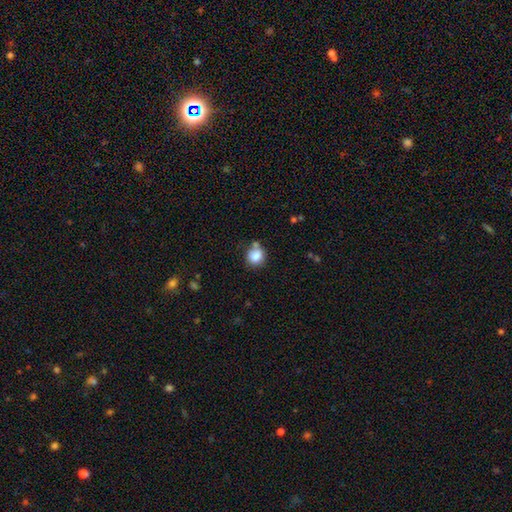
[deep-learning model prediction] Smooth or featured? Predicted: smooth (p=0.84). How rounded? Predicted: round (p=0.77). Merging? Predicted: none (p=0.63).